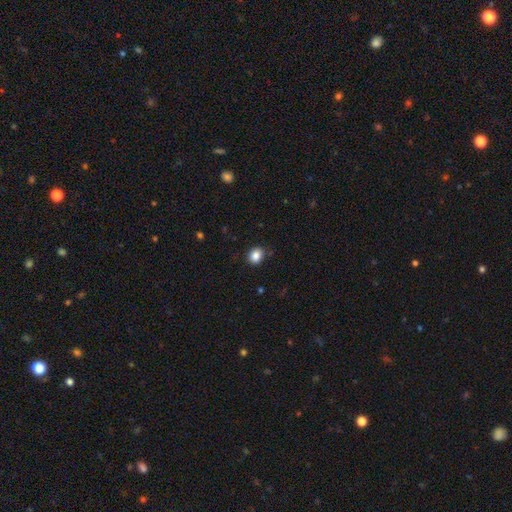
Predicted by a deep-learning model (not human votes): Overall: smooth (86%). How rounded: round (65%; in between 34%). Merging: none (85%).